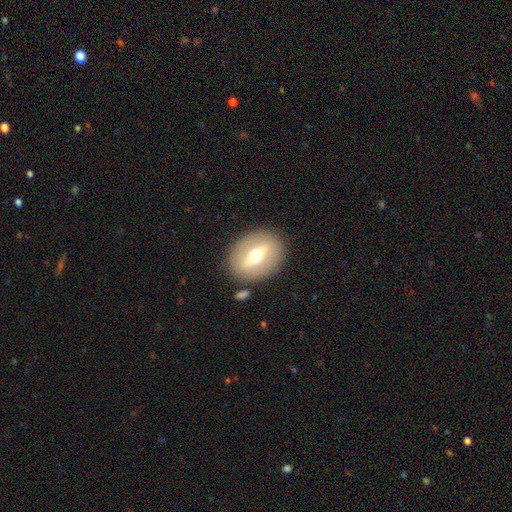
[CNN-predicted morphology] This is possibly a featured or disk galaxy (56%). It is likely not viewed edge-on (71%). Merging: clearly none (85%).